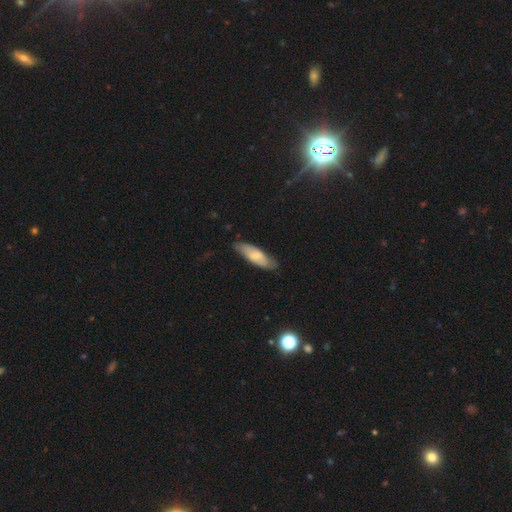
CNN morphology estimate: smooth_or_featured: smooth (p=0.68) [alt: featured or disk p=0.26]
how_rounded: in between (p=0.56) [alt: cigar-shaped p=0.43]
merging: none (p=0.76) [alt: minor disturbance p=0.19]